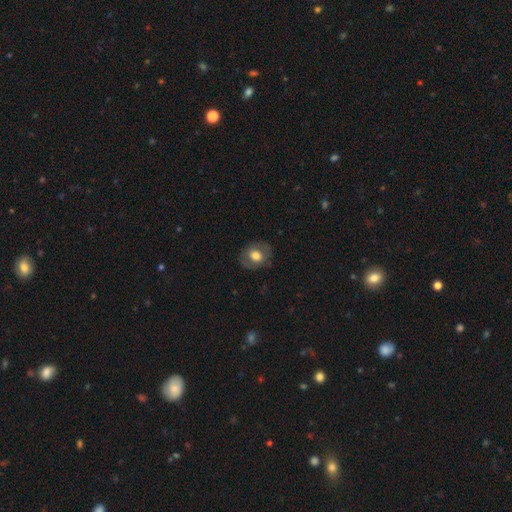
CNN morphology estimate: smooth_or_featured: smooth (p=0.64) [alt: featured or disk p=0.28]
how_rounded: round (p=0.58) [alt: in between p=0.41]
merging: none (p=0.81) [alt: minor disturbance p=0.13]